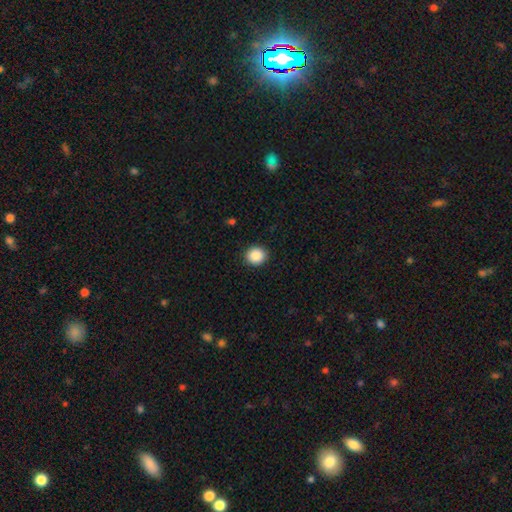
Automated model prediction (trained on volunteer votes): Morphology: type=smooth (89%); roundness=round (86%); merging=none (92%).